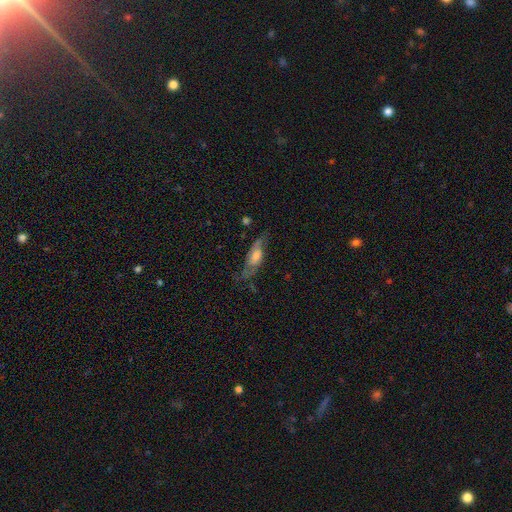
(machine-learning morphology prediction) Smooth or featured: featured or disk — 66% (smooth — 25%)
Edge-on disk: no — 72% (yes — 28%)
Merging: none — 62% (minor disturbance — 22%)